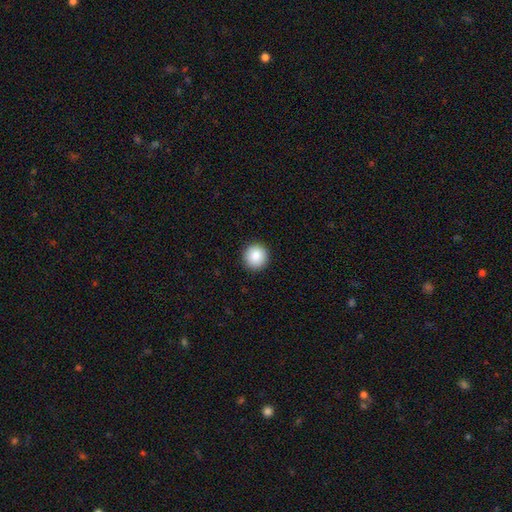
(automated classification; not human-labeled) smooth-or-featured: smooth: 88% | star or artifact: 8% | featured or disk: 4%
  how-rounded: round: 96% | in between: 3% | cigar-shaped: 1%
  merging: none: 93% | minor disturbance: 5% | major disturbance: 1% | merger: 1%